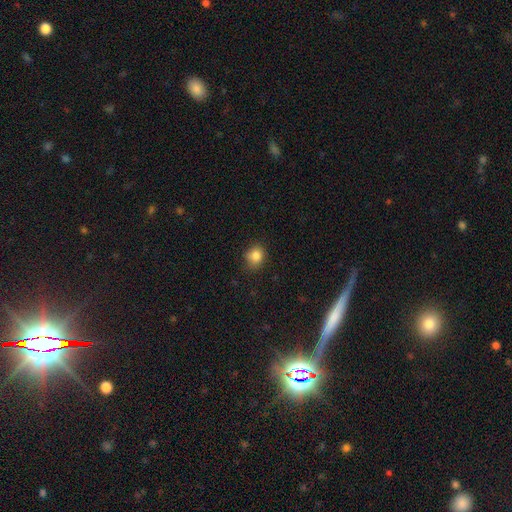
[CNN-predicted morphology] type=smooth (84%); roundness=round (68%); merging=none (77%).